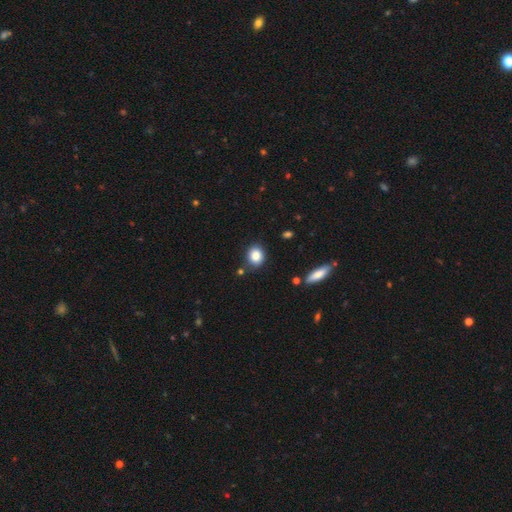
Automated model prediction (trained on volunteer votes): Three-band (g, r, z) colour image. It shows a smooth galaxy with no disk features (85%) that is round (59%). Merging: none (78%).